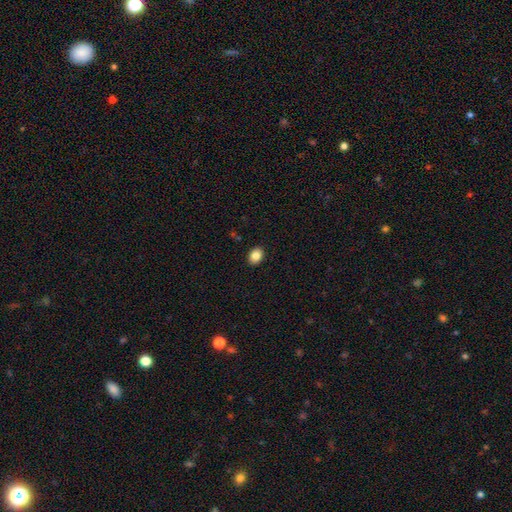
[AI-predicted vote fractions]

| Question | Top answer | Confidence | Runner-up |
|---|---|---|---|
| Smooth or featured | smooth | 86% | star or artifact (9%) |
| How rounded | in between | 69% | round (30%) |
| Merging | none | 91% | minor disturbance (7%) |